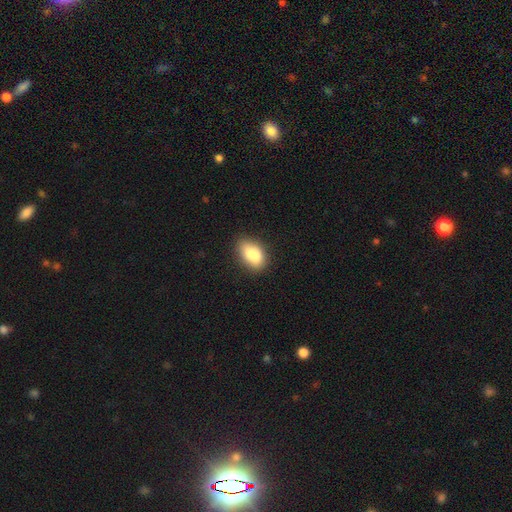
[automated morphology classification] A smooth galaxy with no disk features (83%) that is in between round and cigar-shaped (89%). Merging: none (73%).